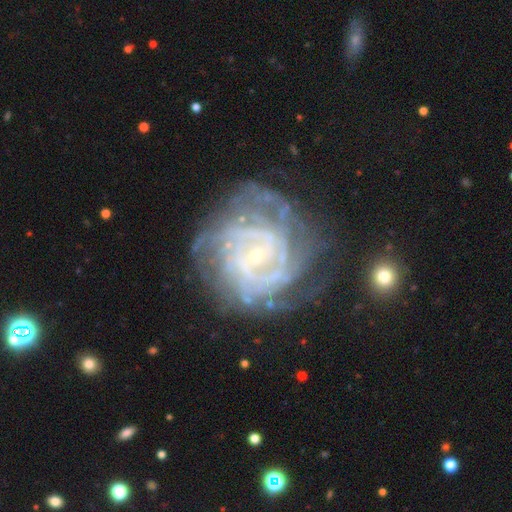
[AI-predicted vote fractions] Smooth or featured: featured or disk — 88% (star or artifact — 7%)
Edge-on disk: no — 98% (yes — 2%)
Bar: no — 61% (weak — 29%)
Spiral arms: yes — 96% (no — 4%)
Spiral winding: tight — 72% (medium — 23%)
Spiral arm count: can't tell — 31% (4 — 18%)
Bulge size: small — 85% (moderate — 11%)
Merging: none — 68% (minor disturbance — 19%)